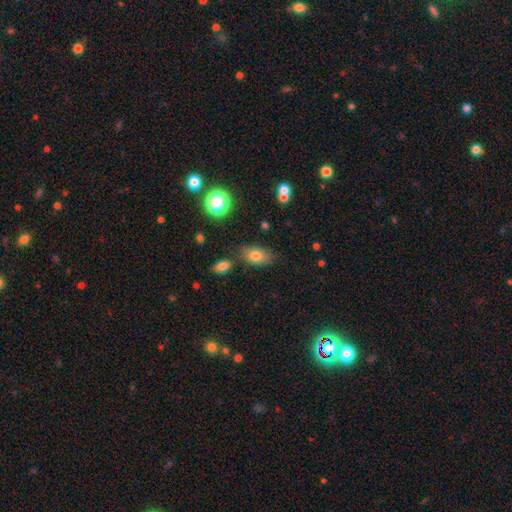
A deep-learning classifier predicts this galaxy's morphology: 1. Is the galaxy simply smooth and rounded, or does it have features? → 78% smooth, 12% featured or disk, 10% star or artifact.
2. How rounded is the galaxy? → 88% in between, 9% round, 3% cigar-shaped.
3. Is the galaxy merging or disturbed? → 74% none, 15% minor disturbance, 7% merger, 4% major disturbance.